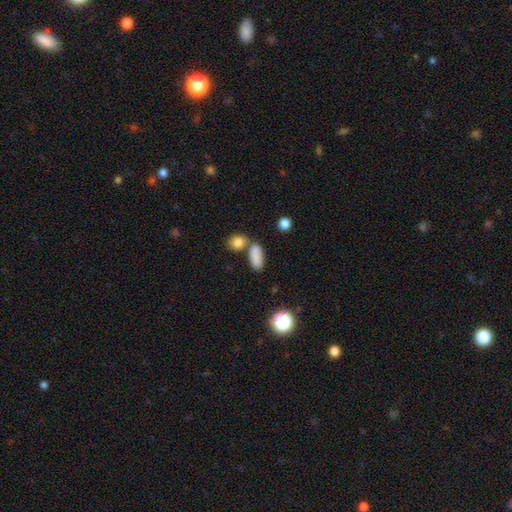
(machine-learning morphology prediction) This is clearly a smooth galaxy (84%). How rounded: clearly in between (81%). Merging: likely none (61%).